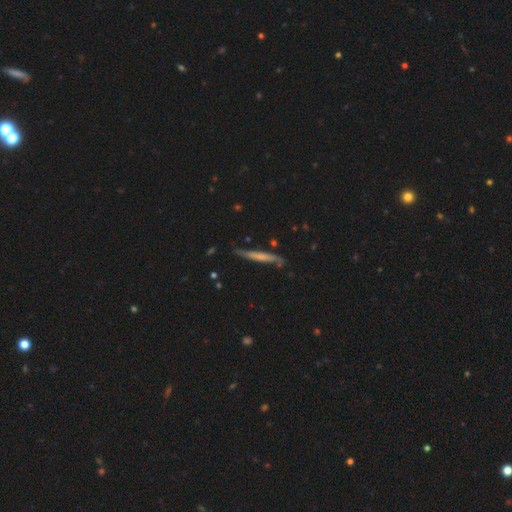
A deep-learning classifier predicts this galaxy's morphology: smooth_or_featured: featured or disk (p=0.55) [alt: smooth p=0.36]
disk_edge_on: yes (p=0.86) [alt: no p=0.14]
merging: none (p=0.75) [alt: minor disturbance p=0.19]